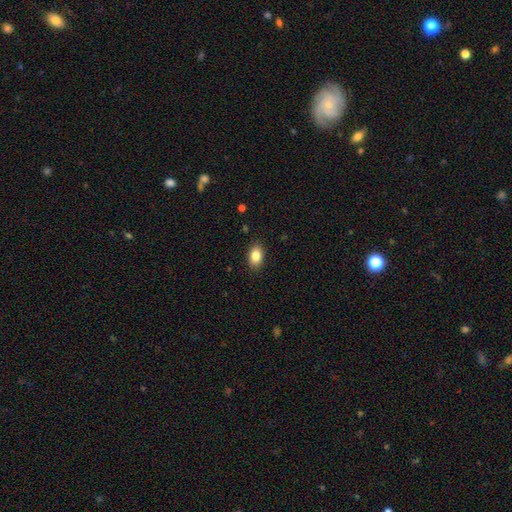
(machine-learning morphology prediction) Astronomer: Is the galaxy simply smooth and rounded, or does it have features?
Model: smooth — 84%.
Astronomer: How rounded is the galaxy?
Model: in between — 86%.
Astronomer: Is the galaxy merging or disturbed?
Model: none — 88%.